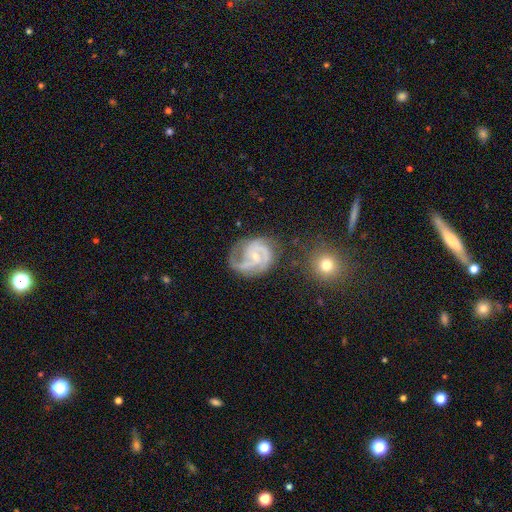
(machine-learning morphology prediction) Q: Smooth or featured?
A: featured or disk (90%); runner-up: smooth (5%)
Q: Edge-on disk?
A: no (98%); runner-up: yes (2%)
Q: Bar?
A: no (54%); runner-up: weak (37%)
Q: Spiral arms?
A: yes (98%); runner-up: no (2%)
Q: Spiral winding?
A: medium (51%); runner-up: tight (37%)
Q: Spiral arm count?
A: 2 (52%); runner-up: 3 (30%)
Q: Bulge size?
A: small (67%); runner-up: moderate (28%)
Q: Merging?
A: none (59%); runner-up: minor disturbance (23%)